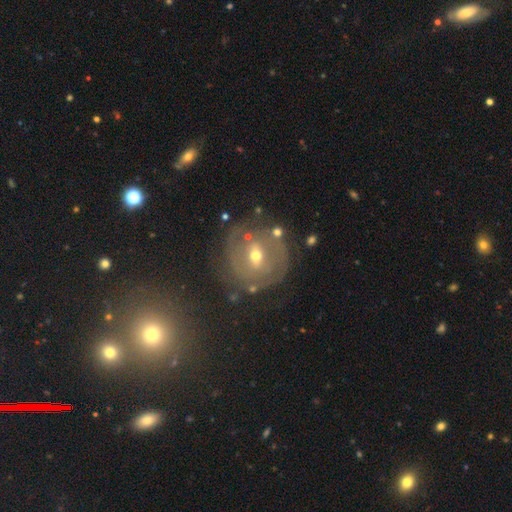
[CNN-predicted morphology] A featured or disk galaxy (65%) with a weak bar (44%), spiral arms (54%) and a small central bulge (48%, tied with moderate).

Vote fractions:
- Smooth or featured? featured or disk: 65% / smooth: 26% / star or artifact: 9%
- Edge-on disk? no: 95% / yes: 5%
- Bar? weak: 44% / no: 35% / strong: 21%
- Spiral arms? yes: 54% / no: 46%
- Bulge size? small: 48% (tied) / moderate: 48% (tied) / large: 2% / none: 1% / dominant: 1%
- Merging? none: 70% / minor disturbance: 17% / major disturbance: 10% / merger: 3%